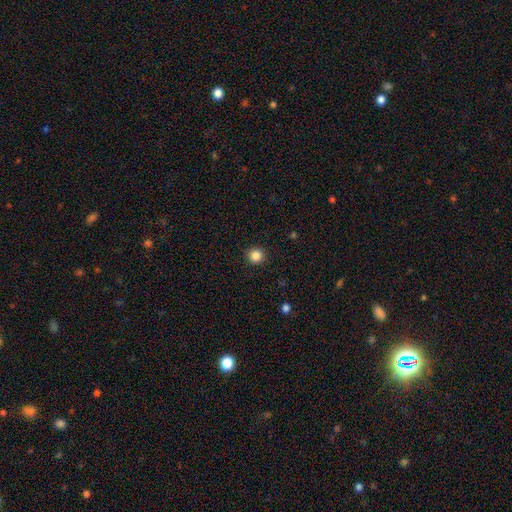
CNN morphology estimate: A smooth galaxy with no disk features (86%) that is round (94%).

Vote fractions:
- Smooth or featured? smooth: 86% / star or artifact: 11% / featured or disk: 4%
- How rounded? round: 94% / in between: 5% / cigar-shaped: 1%
- Merging? none: 93% / minor disturbance: 5% / major disturbance: 2% / merger: 1%